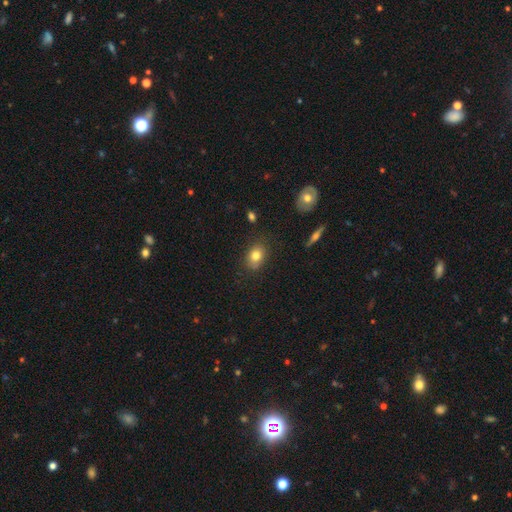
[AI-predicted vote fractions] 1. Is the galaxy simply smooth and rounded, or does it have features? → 79% smooth, 11% featured or disk, 10% star or artifact.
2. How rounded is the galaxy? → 66% in between, 33% round, 1% cigar-shaped.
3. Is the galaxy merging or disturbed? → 78% none, 16% minor disturbance, 4% major disturbance, 2% merger.